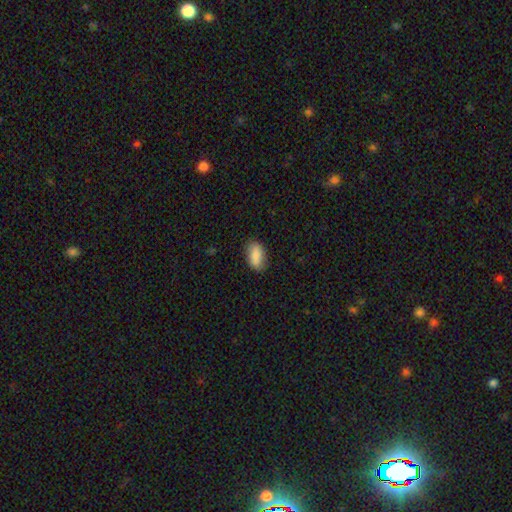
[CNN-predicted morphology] The model was most divided on "merging": none: 82%, minor disturbance: 14%, major disturbance: 3%, merger: 1%. More confident: how rounded — in between (91%); smooth or featured — smooth (86%).